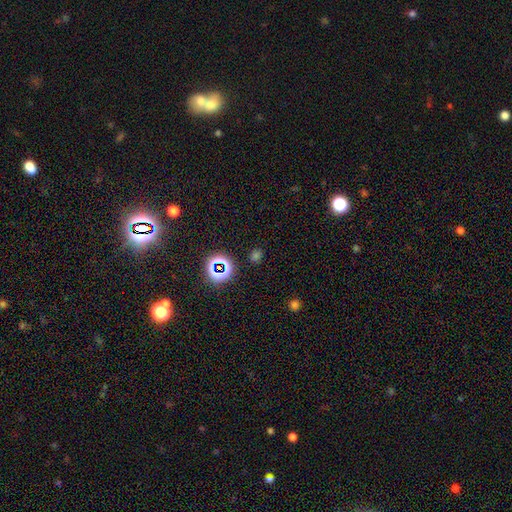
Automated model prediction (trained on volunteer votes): smooth-or-featured: star or artifact: 47% (tied) | smooth: 47% (tied) | featured or disk: 6%